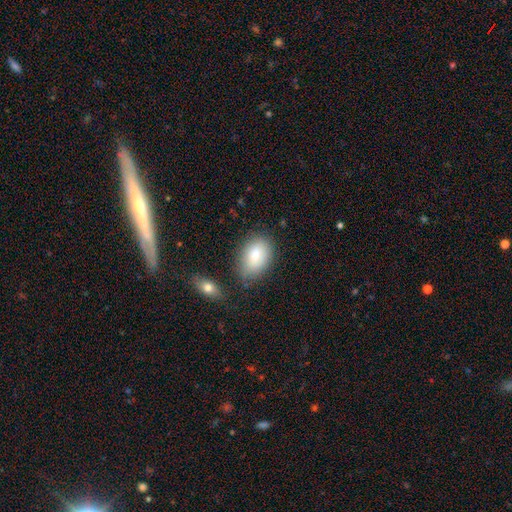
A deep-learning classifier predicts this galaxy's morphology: Smooth or featured? Predicted: smooth (p=0.84). How rounded? Predicted: in between (p=0.88). Merging? Predicted: none (p=0.71).